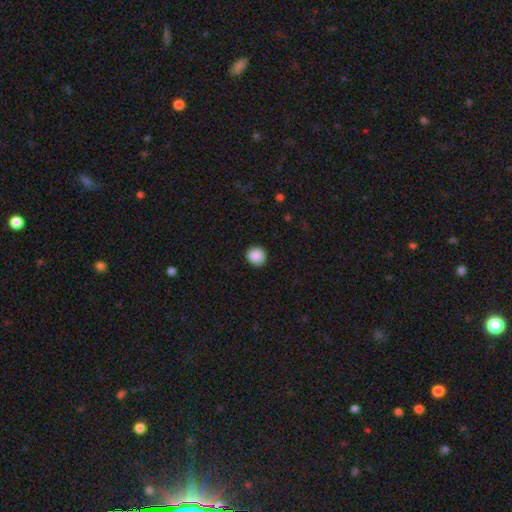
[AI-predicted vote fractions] A smooth galaxy with no disk features (89%) that is round (89%).

Vote fractions:
- Smooth or featured? smooth: 89% / star or artifact: 8% / featured or disk: 3%
- How rounded? round: 89% / in between: 10% / cigar-shaped: 1%
- Merging? none: 90% / minor disturbance: 7% / major disturbance: 2% / merger: 1%